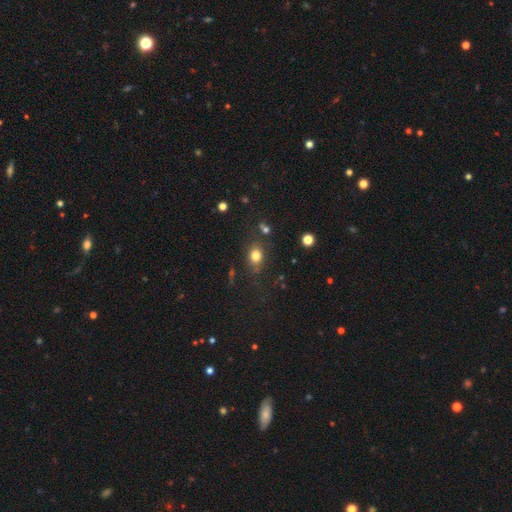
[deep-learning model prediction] smooth_or_featured: smooth (p=0.79) [alt: star or artifact p=0.13]
how_rounded: in between (p=0.53) [alt: round p=0.46]
merging: none (p=0.73) [alt: minor disturbance p=0.16]